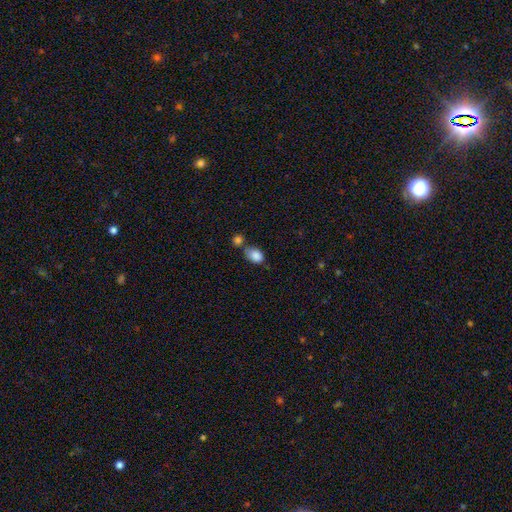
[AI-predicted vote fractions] smooth 87%, star or artifact 8%, featured or disk 5%. Down the decision tree: how rounded — in between (77%); merging — none (46%).